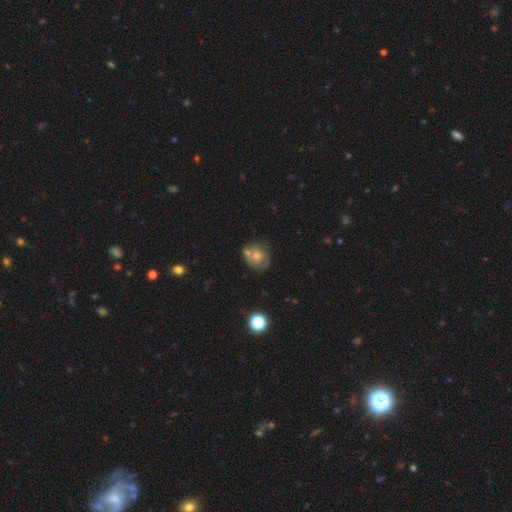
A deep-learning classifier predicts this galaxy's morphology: smooth 58%, featured or disk 31%, star or artifact 11%. Down the decision tree: how rounded — round (66%); merging — none (46%).